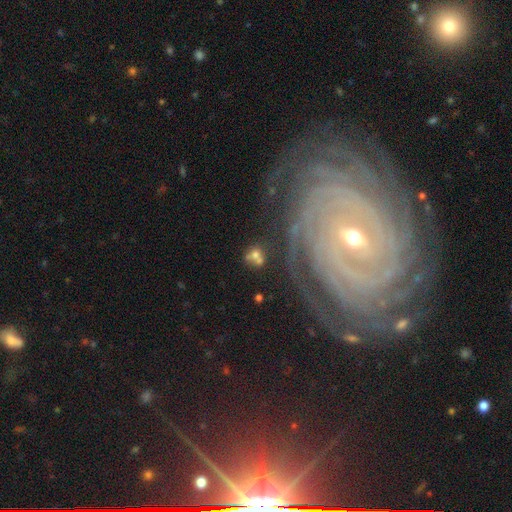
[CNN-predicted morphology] Smooth or featured: smooth — 53% (featured or disk — 30%)
How rounded: round — 67% (in between — 31%)
Merging: none — 46% (merger — 28%)